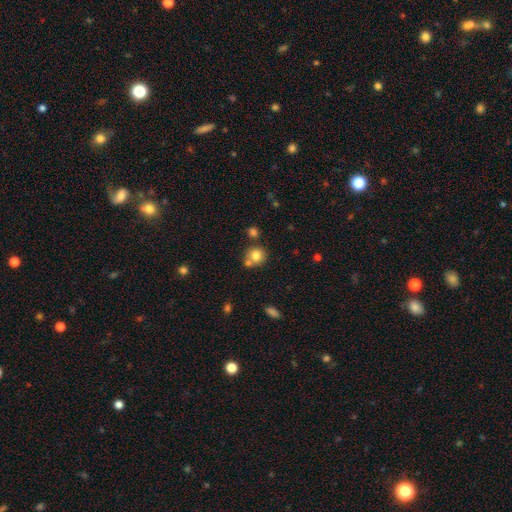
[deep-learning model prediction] smooth 79%, star or artifact 11%, featured or disk 10%. Down the decision tree: how rounded — round (87%); merging — none (61%).